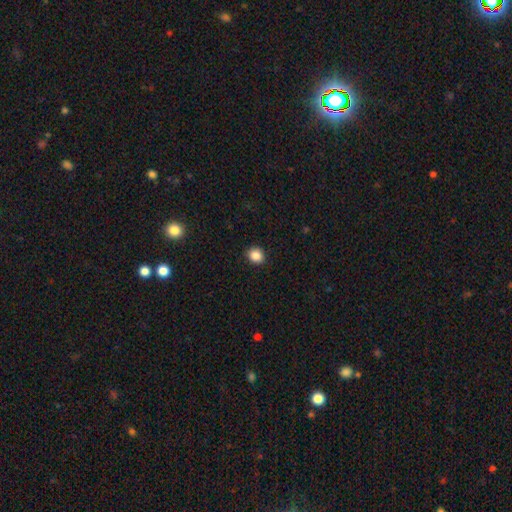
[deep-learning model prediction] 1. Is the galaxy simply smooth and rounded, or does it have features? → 86% smooth, 10% star or artifact, 4% featured or disk.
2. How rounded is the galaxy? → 72% round, 27% in between, 1% cigar-shaped.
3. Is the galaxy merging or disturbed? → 90% none, 7% minor disturbance, 2% major disturbance, 1% merger.